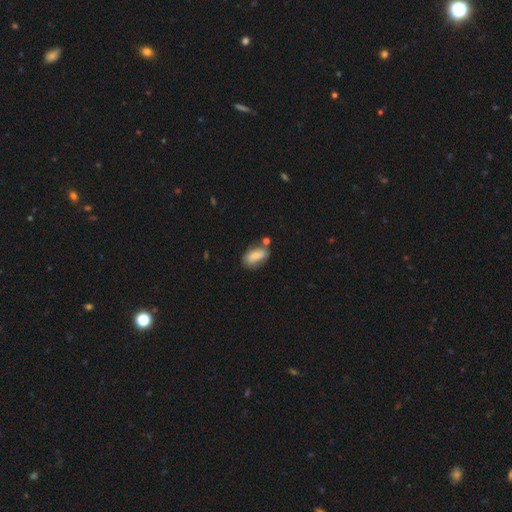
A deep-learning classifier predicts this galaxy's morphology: A smooth galaxy with no disk features (68%) that is in between round and cigar-shaped (90%).

Vote fractions:
- Smooth or featured? smooth: 68% / featured or disk: 24% / star or artifact: 8%
- How rounded? in between: 90% / round: 5% / cigar-shaped: 5%
- Merging? none: 56% / minor disturbance: 23% / merger: 14% / major disturbance: 7%